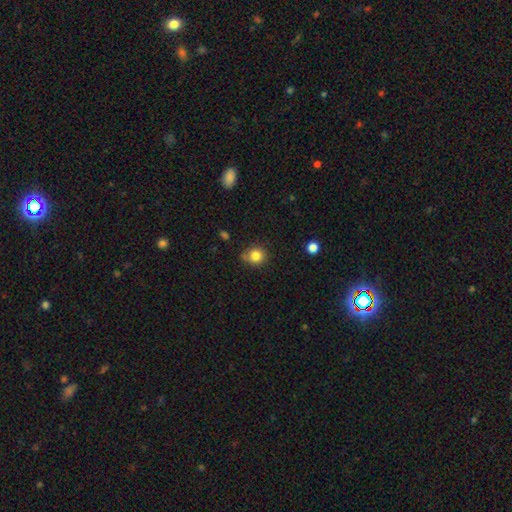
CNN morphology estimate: Smooth or featured? smooth (83%)
How rounded? round (87%)
Merging? none (74%)